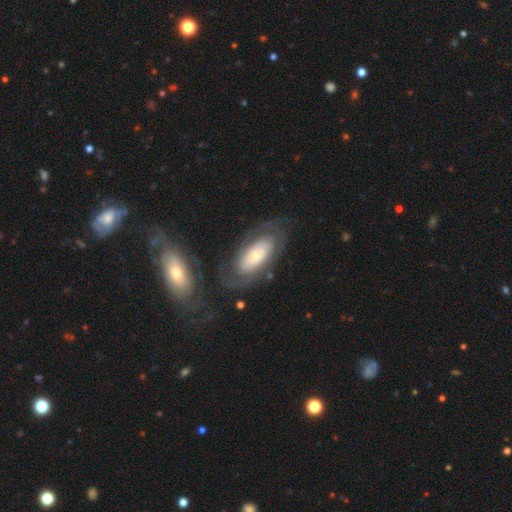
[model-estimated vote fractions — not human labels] Q: Smooth or featured?
A: featured or disk (65%); runner-up: smooth (29%)
Q: Edge-on disk?
A: no (91%); runner-up: yes (9%)
Q: Bar?
A: no (80%); runner-up: weak (14%)
Q: Spiral arms?
A: yes (74%); runner-up: no (26%)
Q: Bulge size?
A: small (61%); runner-up: moderate (29%)
Q: Merging?
A: none (66%); runner-up: minor disturbance (17%)